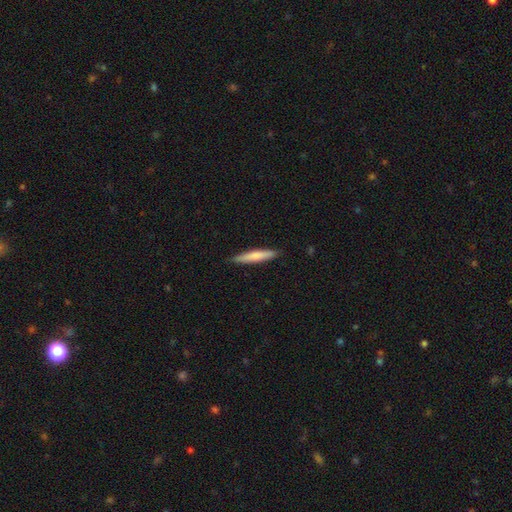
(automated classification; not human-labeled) smooth-or-featured: smooth: 69% | featured or disk: 26% | star or artifact: 5%
  how-rounded: cigar-shaped: 92% | in between: 7% | round: 1%
  merging: none: 88% | minor disturbance: 10% | major disturbance: 2% | merger: 1%